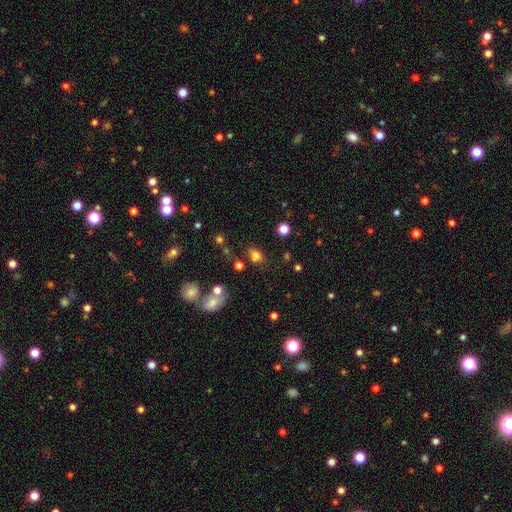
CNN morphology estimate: type=smooth (73%); roundness=in between (70%); merging=none (59%).